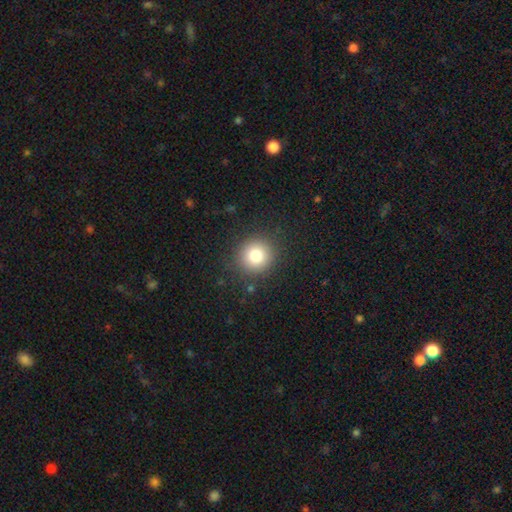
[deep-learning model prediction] This appears to be a smooth galaxy with no disk features (81%) that is round (90%). Merging: none (88%).